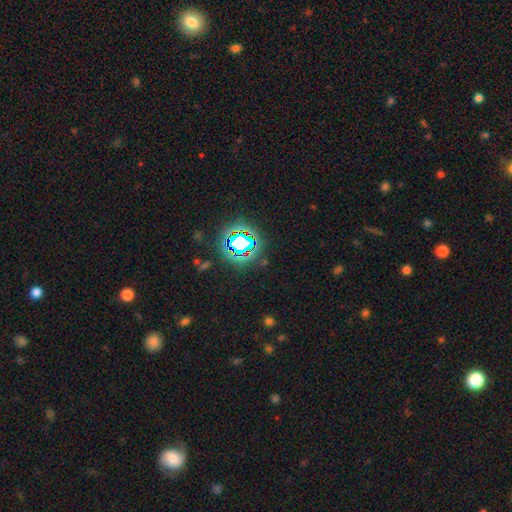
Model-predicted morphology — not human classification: smooth_or_featured: star or artifact (p=0.80) [alt: smooth p=0.13]